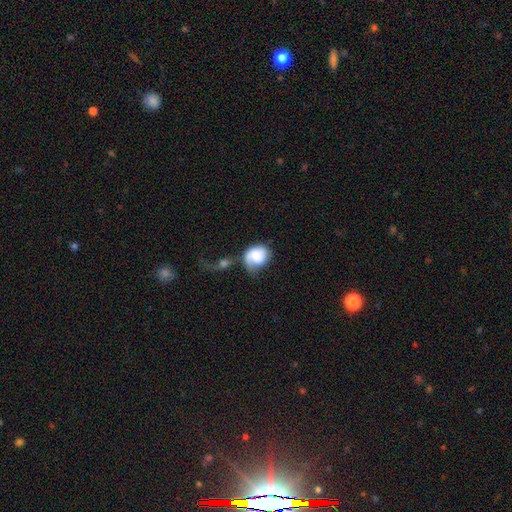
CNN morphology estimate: smooth-or-featured: smooth: 61% | featured or disk: 32% | star or artifact: 7%
  how-rounded: round: 58% | in between: 41% | cigar-shaped: 1%
  merging: major disturbance: 28% | none: 26% | merger: 24% | minor disturbance: 22%